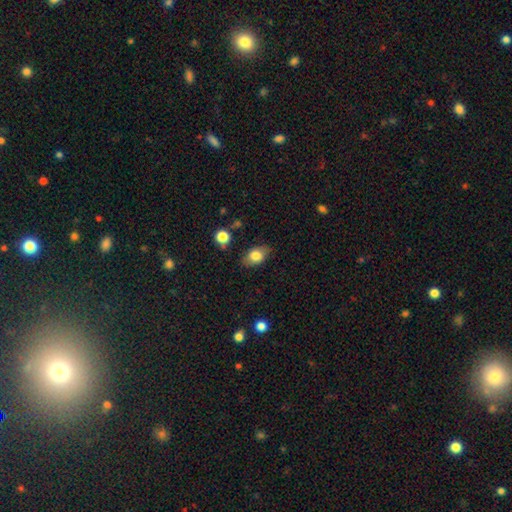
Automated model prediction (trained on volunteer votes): Q: Smooth or featured?
A: smooth (79%); runner-up: featured or disk (13%)
Q: How rounded?
A: in between (86%); runner-up: round (12%)
Q: Merging?
A: none (80%); runner-up: minor disturbance (15%)